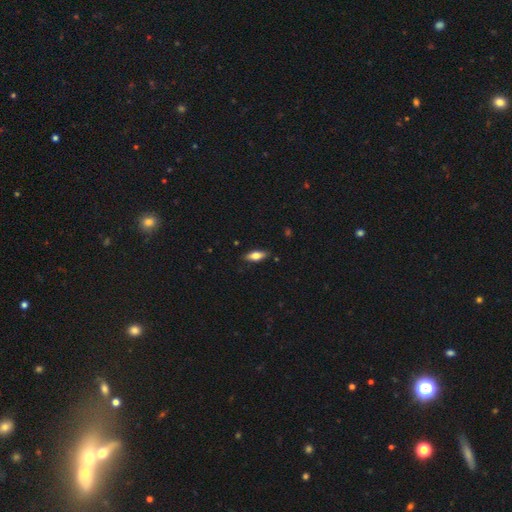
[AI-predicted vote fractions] Smooth or featured?
  - smooth: 67% *
  - featured or disk: 26%
  - star or artifact: 7%
How rounded?
  - in between: 70% *
  - cigar-shaped: 27%
  - round: 3%
Merging?
  - none: 86% *
  - minor disturbance: 11%
  - major disturbance: 2%
  - merger: 1%